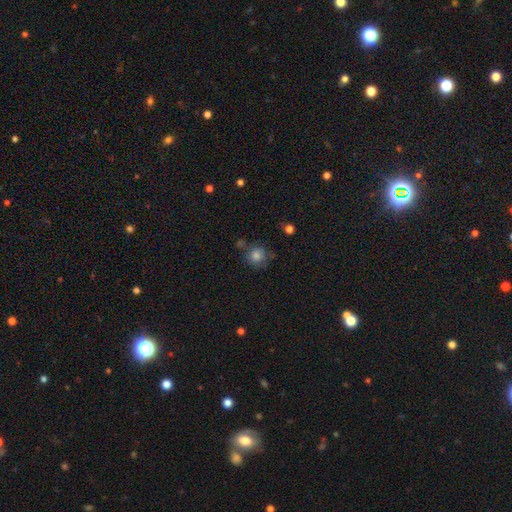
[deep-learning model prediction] Smooth or featured? smooth (77%)
How rounded? round (89%)
Merging? none (68%)